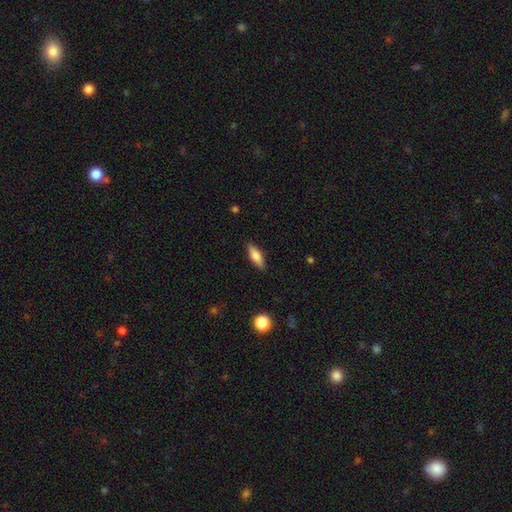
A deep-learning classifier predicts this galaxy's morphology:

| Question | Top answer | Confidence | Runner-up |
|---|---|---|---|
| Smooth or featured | smooth | 74% | featured or disk (19%) |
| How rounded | in between | 55% | cigar-shaped (42%) |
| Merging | none | 87% | minor disturbance (10%) |